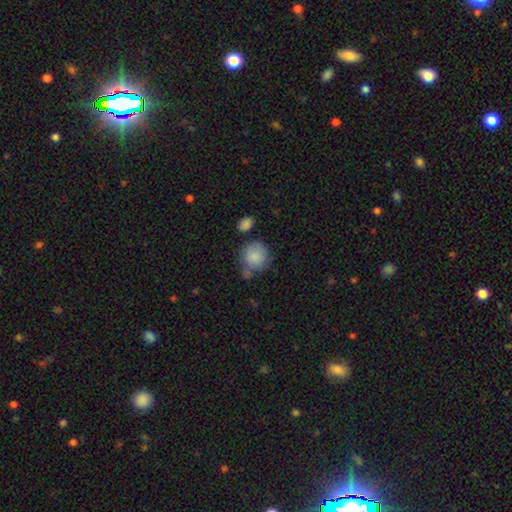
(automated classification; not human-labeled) Morphology: type=smooth (86%); roundness=round (83%); merging=none (55%).